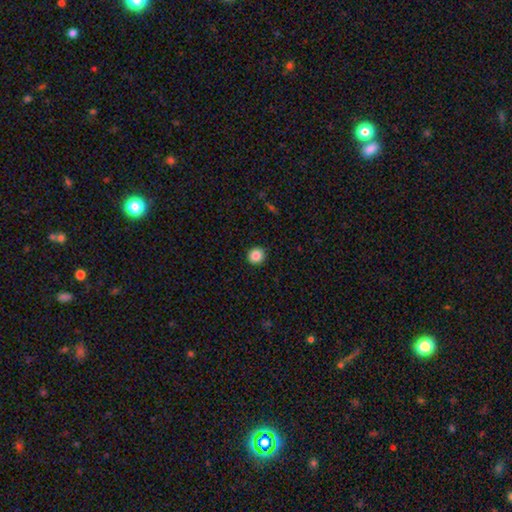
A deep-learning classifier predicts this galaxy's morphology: Overall: smooth (86%). How rounded: round (91%). Merging: none (93%).